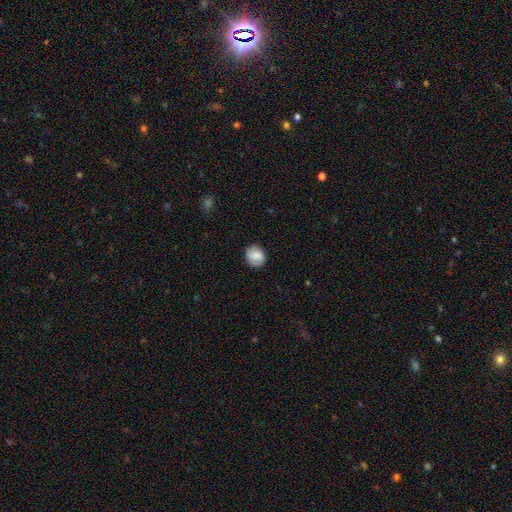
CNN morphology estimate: A smooth galaxy with no disk features (85%) that is round (68%).

Vote fractions:
- Smooth or featured? smooth: 85% / star or artifact: 8% / featured or disk: 7%
- How rounded? round: 68% / in between: 31% / cigar-shaped: 1%
- Merging? none: 82% / minor disturbance: 14% / major disturbance: 3% / merger: 1%